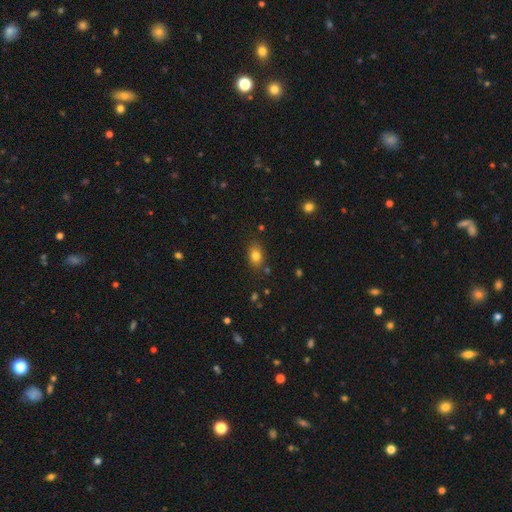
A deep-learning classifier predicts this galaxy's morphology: A smooth galaxy with no disk features (80%) that is in between round and cigar-shaped (76%). Merging: none (81%).